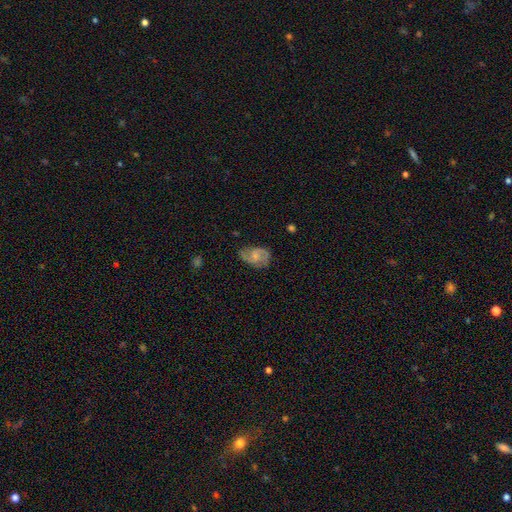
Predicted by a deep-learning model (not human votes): A featured or disk galaxy (71%) with no bar (57%), 2 (86%) medium (50%) spiral arms (92%) and a small central bulge (53%). Merging: none (65%).